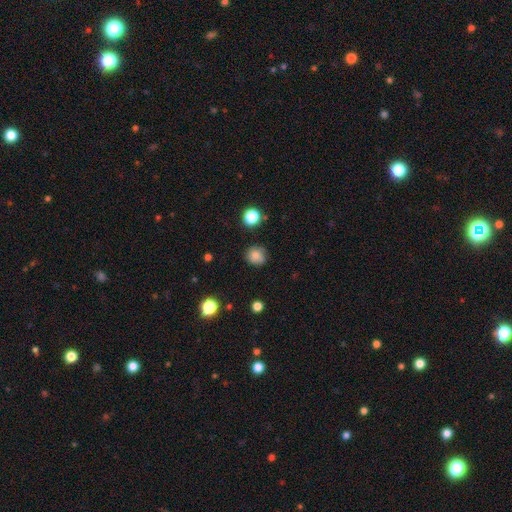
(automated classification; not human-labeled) The model was most divided on "merging": none: 81%, minor disturbance: 14%, major disturbance: 3%, merger: 2%. More confident: how rounded — round (85%); smooth or featured — smooth (81%).